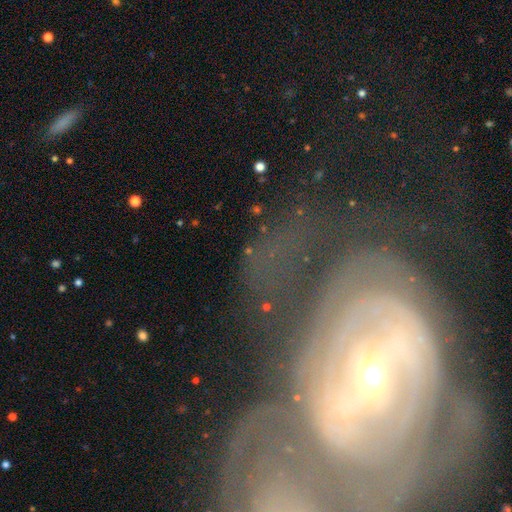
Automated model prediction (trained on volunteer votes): The model was most divided on "bulge size": moderate: 45%, small: 44%, large: 6%, none: 3%, dominant: 3%. Remaining: edge-on disk — no (91%); spiral arms — yes (79%); smooth or featured — featured or disk (69%); merging — none (59%); bar — no (42%).